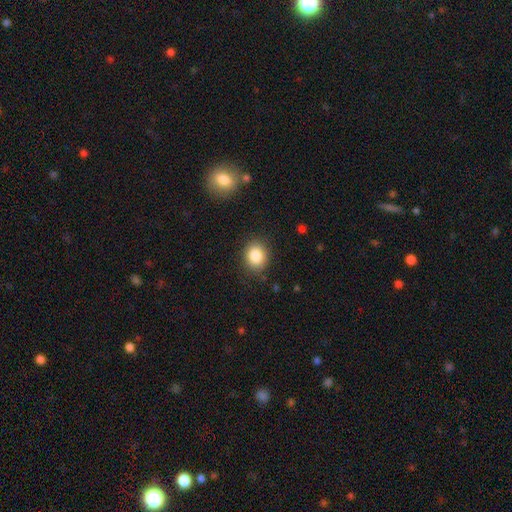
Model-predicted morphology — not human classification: smooth_or_featured: smooth (p=0.84) [alt: star or artifact p=0.09]
how_rounded: round (p=0.63) [alt: in between p=0.36]
merging: none (p=0.87) [alt: minor disturbance p=0.09]